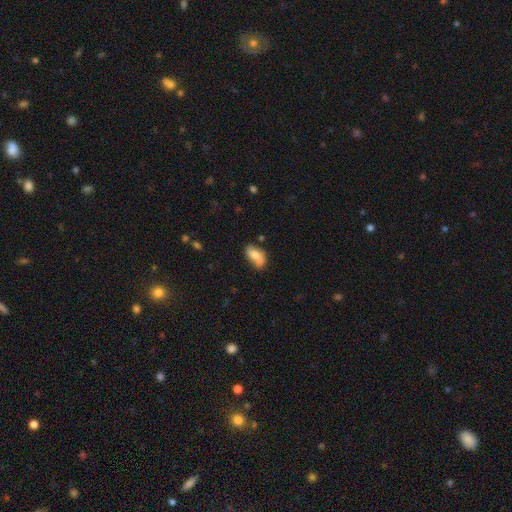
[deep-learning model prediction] Q: Smooth or featured?
A: smooth (66%); runner-up: featured or disk (26%)
Q: How rounded?
A: in between (88%); runner-up: cigar-shaped (8%)
Q: Merging?
A: none (56%); runner-up: minor disturbance (29%)